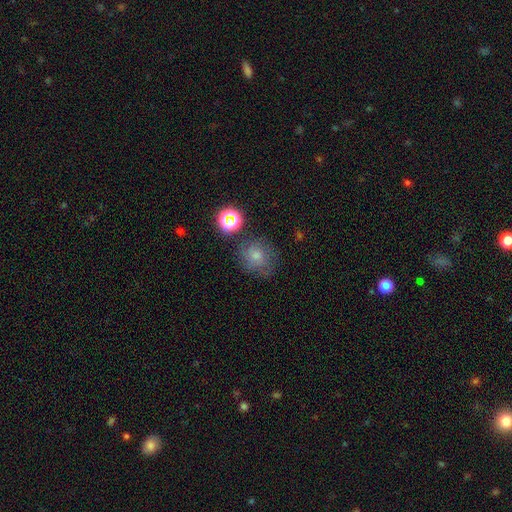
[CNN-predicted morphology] Smooth or featured? smooth (63%)
How rounded? round (80%)
Merging? none (65%)